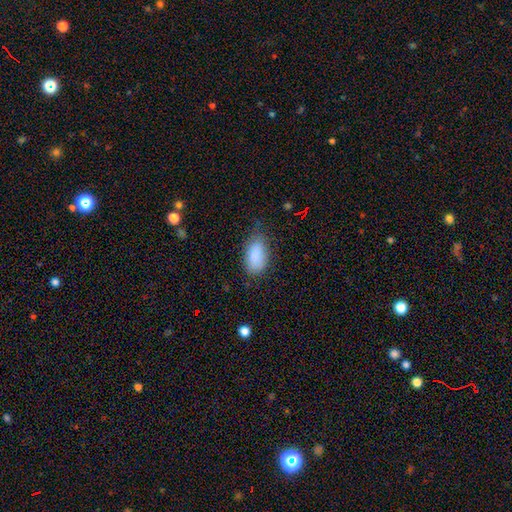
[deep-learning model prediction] The model was most divided on "merging": none: 59%, minor disturbance: 31%, major disturbance: 9%, merger: 2%. More confident: how rounded — in between (93%); smooth or featured — smooth (87%).